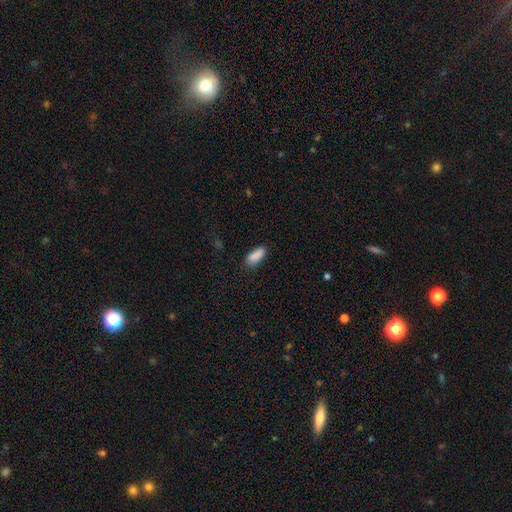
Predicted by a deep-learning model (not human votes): The model was most divided on "how rounded": in between: 80%, cigar-shaped: 18%, round: 2%. More confident: smooth or featured — smooth (89%); merging — none (82%).